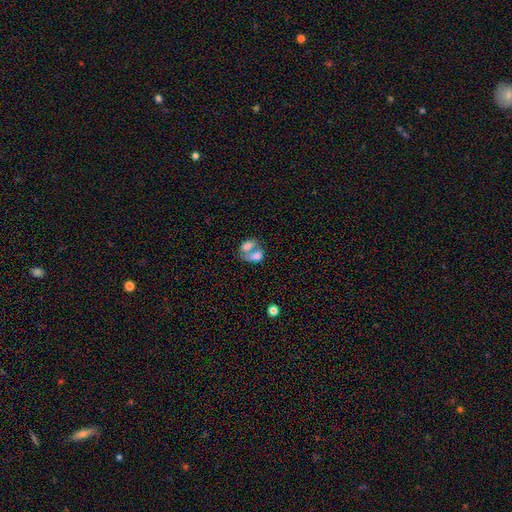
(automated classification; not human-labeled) This is likely a smooth galaxy (71%). How rounded: clearly in between (81%). Merging: likely merger (72%).